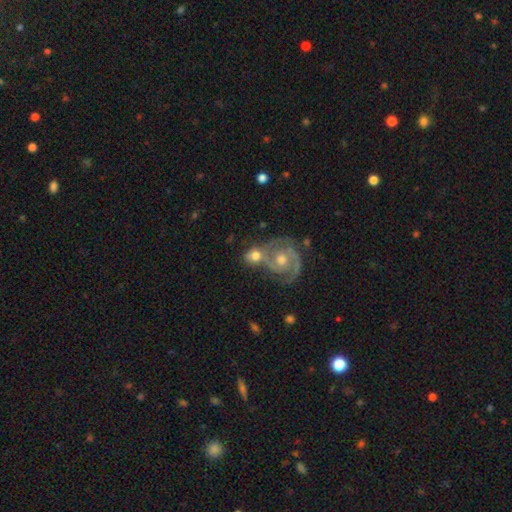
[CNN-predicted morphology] Smooth or featured? Predicted: featured or disk (p=0.53). Edge-on disk? Predicted: no (p=0.96). Bar? Predicted: no (p=0.70). Spiral arms? Predicted: yes (p=0.83). Bulge size? Predicted: moderate (p=0.62). Merging? Predicted: merger (p=0.53).